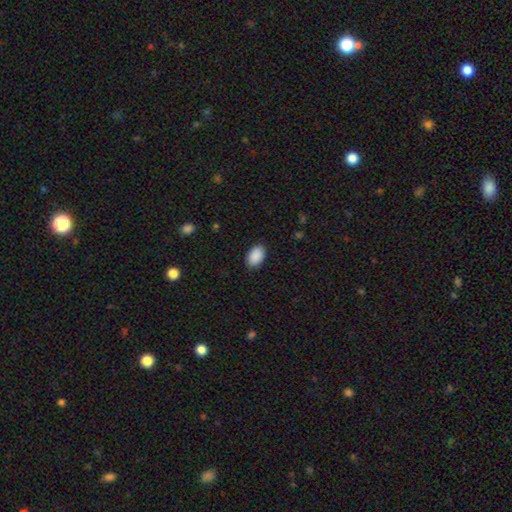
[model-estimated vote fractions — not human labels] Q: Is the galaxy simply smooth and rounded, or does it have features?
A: smooth — 91%.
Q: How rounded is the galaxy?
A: in between — 92%.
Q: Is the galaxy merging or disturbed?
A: none — 88%.